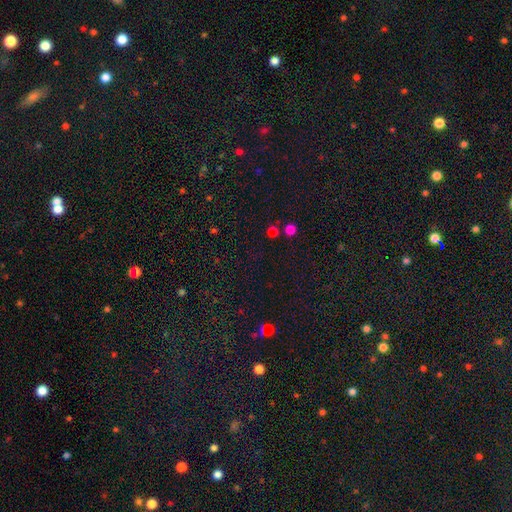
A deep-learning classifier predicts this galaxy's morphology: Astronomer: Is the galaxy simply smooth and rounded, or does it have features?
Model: star or artifact — 55% (runner-up: smooth, 38%).